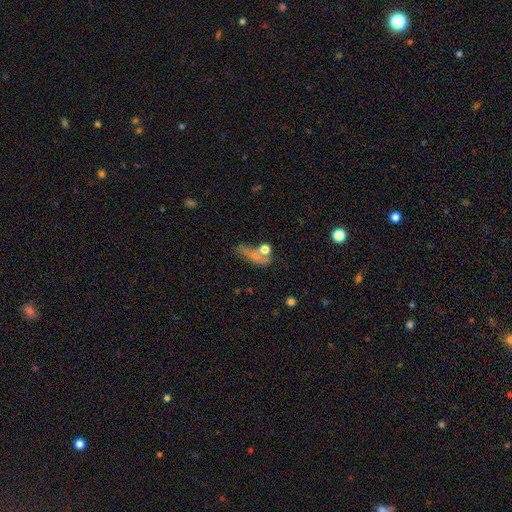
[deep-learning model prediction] Smooth or featured? smooth (53%)
How rounded? in between (50%)
Merging? none (37%)